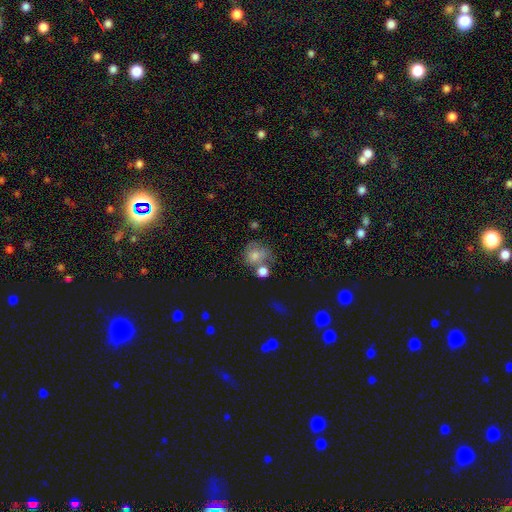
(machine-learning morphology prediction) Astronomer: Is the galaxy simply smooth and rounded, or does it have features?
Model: smooth — 69%.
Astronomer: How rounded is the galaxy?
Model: round — 70%.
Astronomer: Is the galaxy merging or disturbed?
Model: none — 37% (runner-up: merger, 30%).